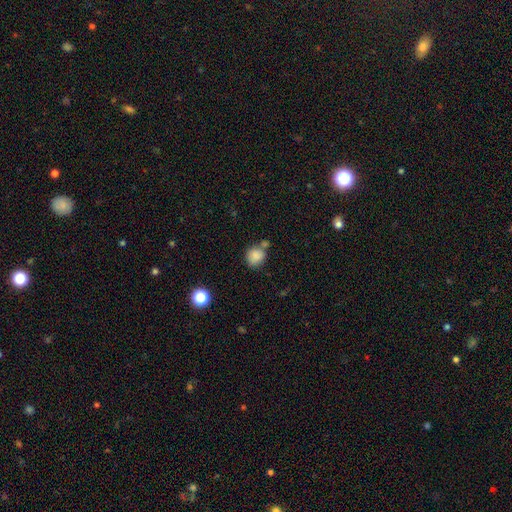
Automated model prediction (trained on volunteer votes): A smooth galaxy with no disk features (85%) that is round (77%). Merging: none (58%).